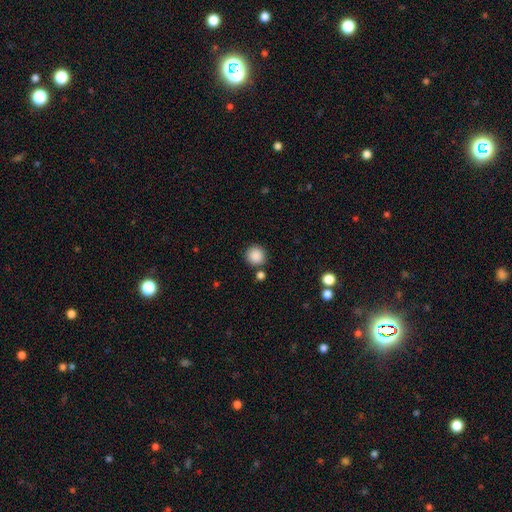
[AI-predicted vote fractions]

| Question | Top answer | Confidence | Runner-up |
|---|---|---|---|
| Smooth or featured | smooth | 88% | star or artifact (9%) |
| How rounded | round | 92% | in between (7%) |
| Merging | none | 81% | minor disturbance (8%) |